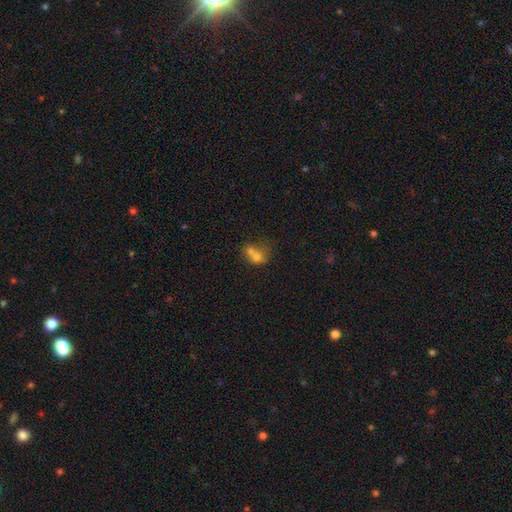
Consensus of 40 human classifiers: Smooth or featured? 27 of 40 (68%) said smooth. How rounded? 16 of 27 (59%) said round. Merging? 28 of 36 (78%) said merger.